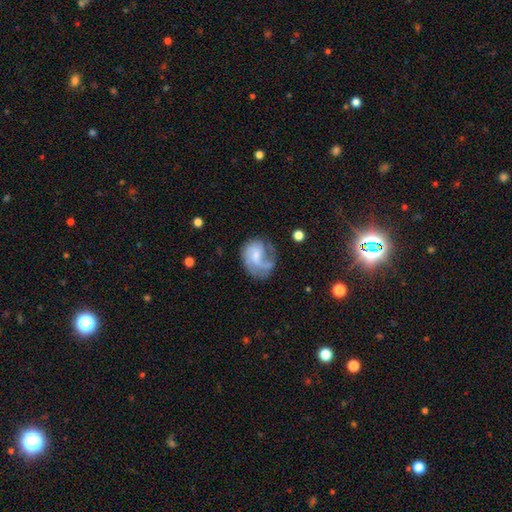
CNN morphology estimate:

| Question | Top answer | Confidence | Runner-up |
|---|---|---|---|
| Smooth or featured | featured or disk | 66% | smooth (27%) |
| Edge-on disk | no | 98% | yes (2%) |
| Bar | no | 54% | weak (38%) |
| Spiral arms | yes | 86% | no (14%) |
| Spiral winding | medium | 43% | loose (30%) |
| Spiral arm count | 2 | 33% | 1 (30%) |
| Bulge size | small | 39% | moderate (29%) |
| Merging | none | 47% | major disturbance (26%) |